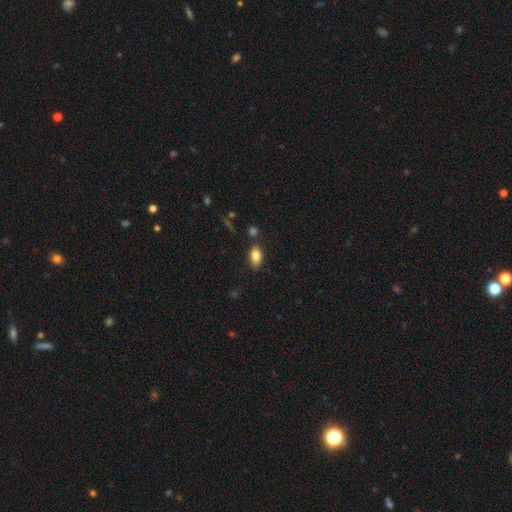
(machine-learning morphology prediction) smooth 81%, featured or disk 11%, star or artifact 8%. Down the decision tree: how rounded — in between (88%); merging — none (79%).